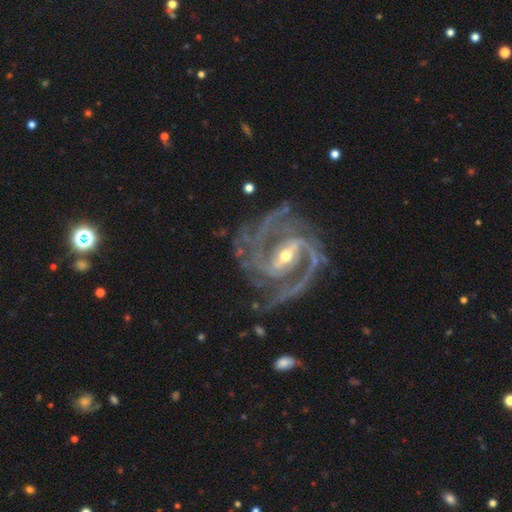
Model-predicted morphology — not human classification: This is clearly a featured or disk galaxy (93%). It is clearly not viewed edge-on (97%). Bar: likely strong (65%). Spiral arm pattern: clearly yes (99%). Spiral arm count: marginally 2 (44%). Spiral winding: possibly medium (50%). Central bulge: likely small (62%). Merging: likely none (70%).